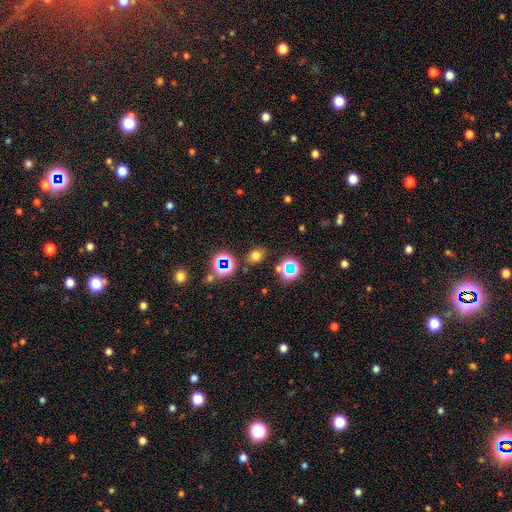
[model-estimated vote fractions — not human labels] The model was most divided on "how rounded": in between: 50%, round: 49%, cigar-shaped: 1%. More confident: merging — none (83%); smooth or featured — smooth (67%).